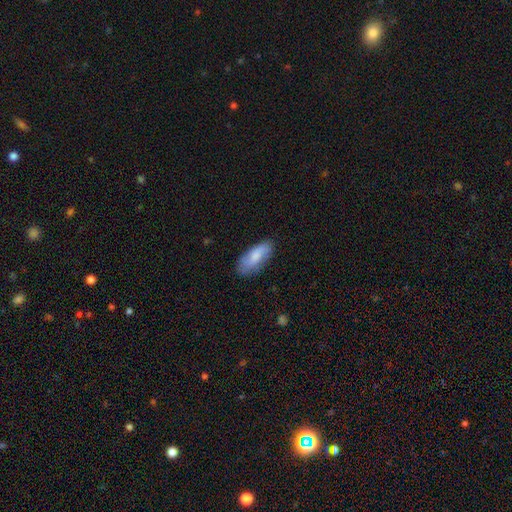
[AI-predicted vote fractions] Smooth or featured? Predicted: smooth (p=0.70). How rounded? Predicted: in between (p=0.81). Merging? Predicted: none (p=0.74).